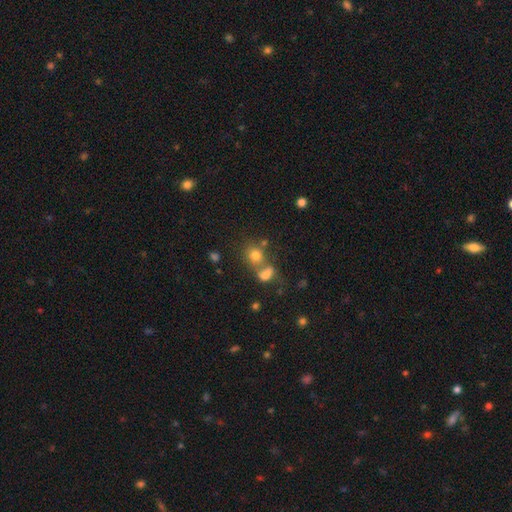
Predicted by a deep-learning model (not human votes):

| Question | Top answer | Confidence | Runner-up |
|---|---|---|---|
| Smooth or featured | smooth | 72% | star or artifact (17%) |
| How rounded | round | 72% | in between (27%) |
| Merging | none | 47% | merger (40%) |